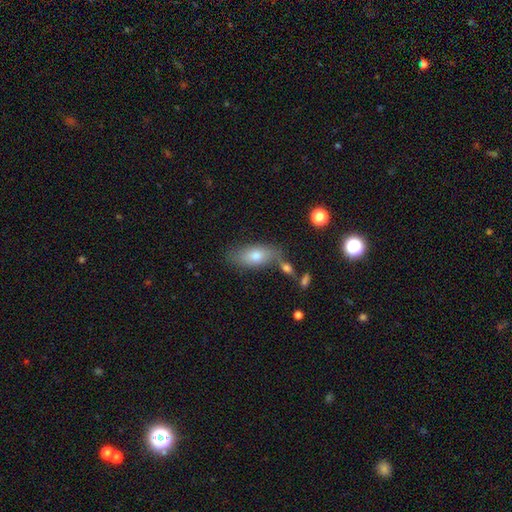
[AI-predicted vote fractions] Q: Smooth or featured?
A: smooth (71%); runner-up: featured or disk (20%)
Q: How rounded?
A: in between (86%); runner-up: cigar-shaped (9%)
Q: Merging?
A: none (66%); runner-up: minor disturbance (17%)